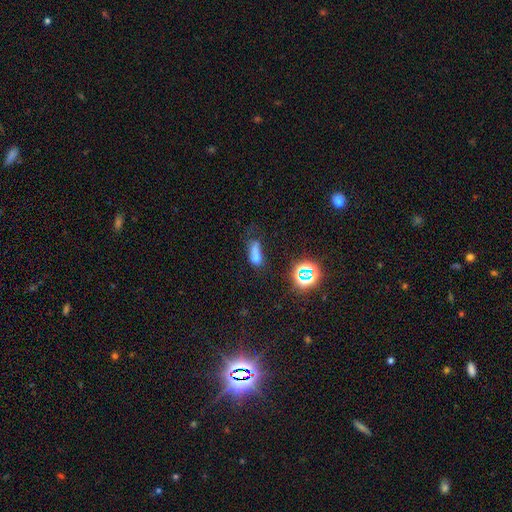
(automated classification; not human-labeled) A smooth galaxy with no disk features (57%) that is in between round and cigar-shaped (60%). Merging: merger (30%).